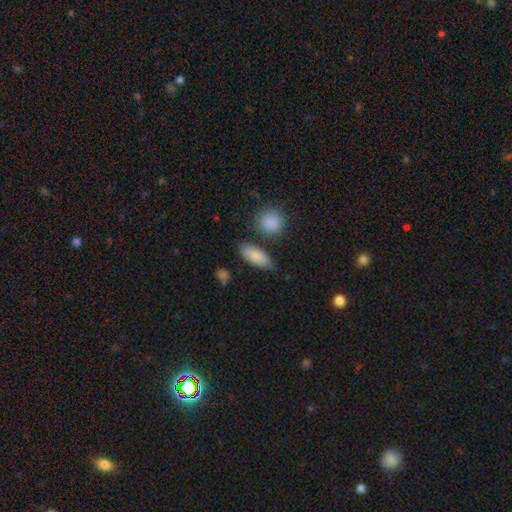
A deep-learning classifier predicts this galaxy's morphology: Smooth or featured: smooth — 84% (featured or disk — 9%)
How rounded: in between — 81% (cigar-shaped — 15%)
Merging: none — 72% (minor disturbance — 17%)